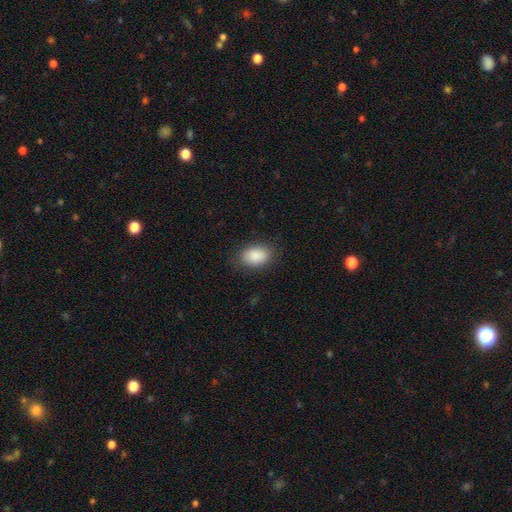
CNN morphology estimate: Smooth or featured: smooth — 89% (star or artifact — 7%)
How rounded: in between — 84% (round — 15%)
Merging: none — 84% (minor disturbance — 12%)